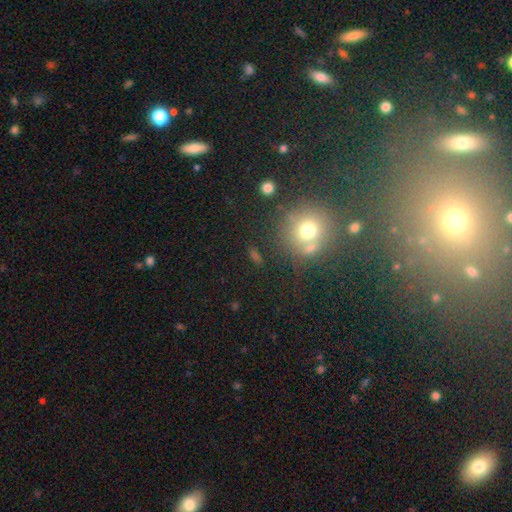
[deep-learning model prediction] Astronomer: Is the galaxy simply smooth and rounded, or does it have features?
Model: smooth — 53% (runner-up: star or artifact, 32%).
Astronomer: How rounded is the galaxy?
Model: round — 67%.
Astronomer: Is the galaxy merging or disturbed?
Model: none — 72%.